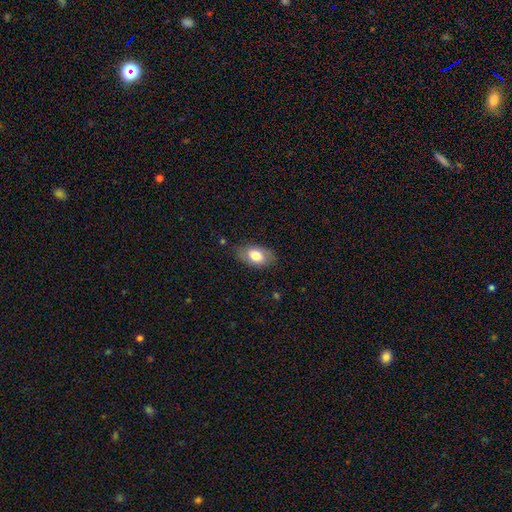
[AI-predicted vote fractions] A smooth galaxy with no disk features (74%) that is in between round and cigar-shaped (91%). Merging: none (78%).